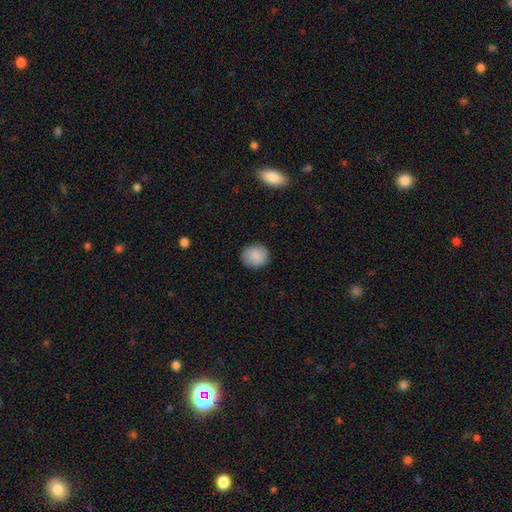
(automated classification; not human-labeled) smooth 88%, star or artifact 7%, featured or disk 4%. Down the decision tree: how rounded — round (76%); merging — none (88%).